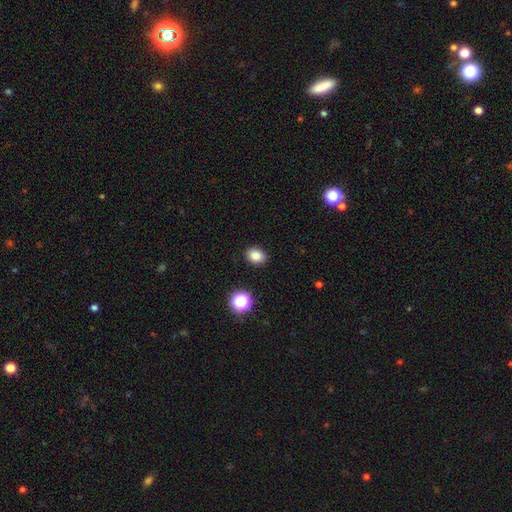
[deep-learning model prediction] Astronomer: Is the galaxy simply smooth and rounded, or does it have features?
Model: smooth — 83%.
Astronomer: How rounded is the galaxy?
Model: in between — 55% (runner-up: round, 45%).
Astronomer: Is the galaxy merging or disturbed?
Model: none — 89%.